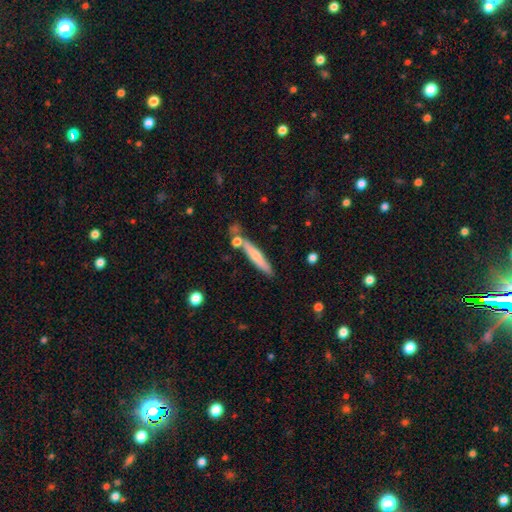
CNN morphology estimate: Smooth or featured?
  - smooth: 62% *
  - featured or disk: 32%
  - star or artifact: 6%
How rounded?
  - cigar-shaped: 90% *
  - in between: 9%
  - round: 2%
Merging?
  - none: 72% *
  - minor disturbance: 13%
  - merger: 12%
  - major disturbance: 3%